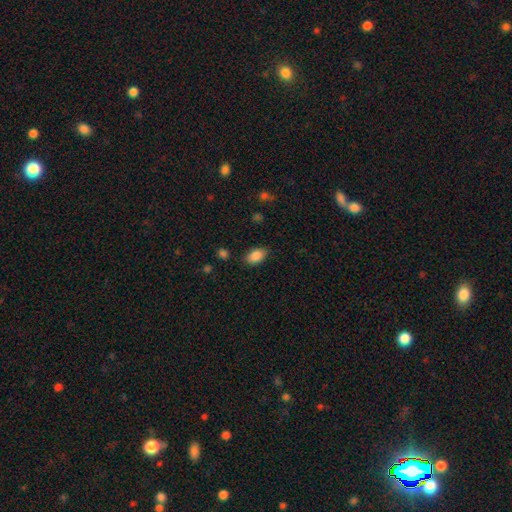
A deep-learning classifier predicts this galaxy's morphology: smooth_or_featured: smooth (p=0.87) [alt: star or artifact p=0.08]
how_rounded: in between (p=0.91) [alt: round p=0.07]
merging: none (p=0.83) [alt: minor disturbance p=0.12]